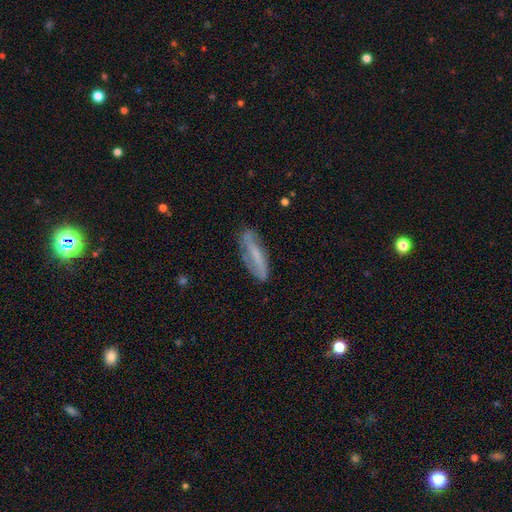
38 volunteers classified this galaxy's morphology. smooth_or_featured: featured or disk (p=0.66) [alt: smooth p=0.32]
disk_edge_on: no (p=0.84) [alt: yes p=0.16]
bar: strong (p=0.86) [alt: weak p=0.14]
has_spiral_arms: yes (p=0.90) [alt: no p=0.10]
spiral_winding: loose (p=0.47) [alt: medium p=0.32]
spiral_arm_count: 2 (p=0.89) [alt: can't tell p=0.11]
bulge_size: small (p=0.57) [alt: none p=0.38]
merging: none (p=0.81) [alt: minor disturbance p=0.14]